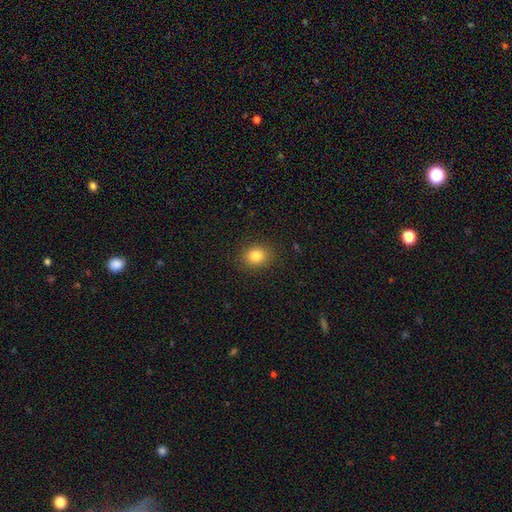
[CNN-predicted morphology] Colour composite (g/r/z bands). It shows a smooth galaxy with no disk features (83%) that is round (68%). Merging: none (89%).